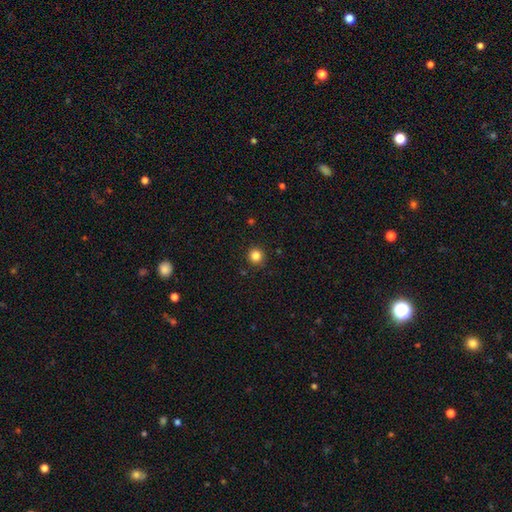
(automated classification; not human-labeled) Morphology: type=smooth (84%); roundness=round (95%); merging=none (92%).